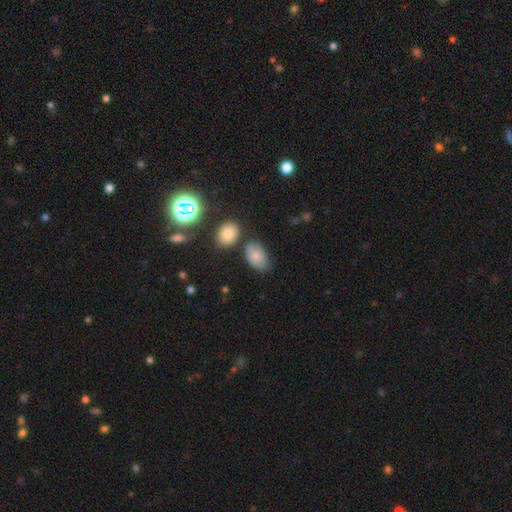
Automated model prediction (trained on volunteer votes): smooth 80%, star or artifact 10%, featured or disk 10%. Down the decision tree: how rounded — in between (89%); merging — none (62%).